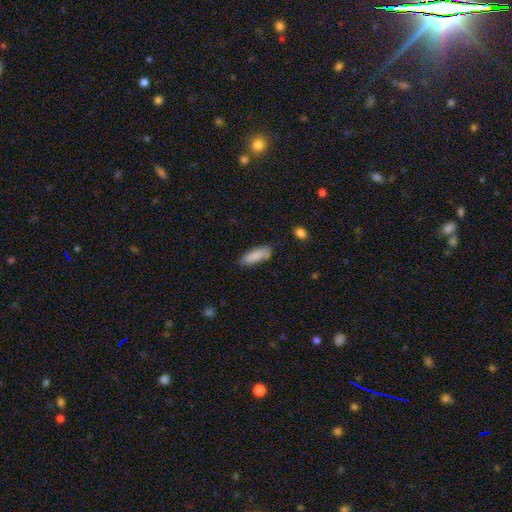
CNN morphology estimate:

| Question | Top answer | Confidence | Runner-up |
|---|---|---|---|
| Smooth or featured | smooth | 86% | featured or disk (7%) |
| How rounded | in between | 60% | cigar-shaped (38%) |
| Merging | none | 74% | minor disturbance (20%) |